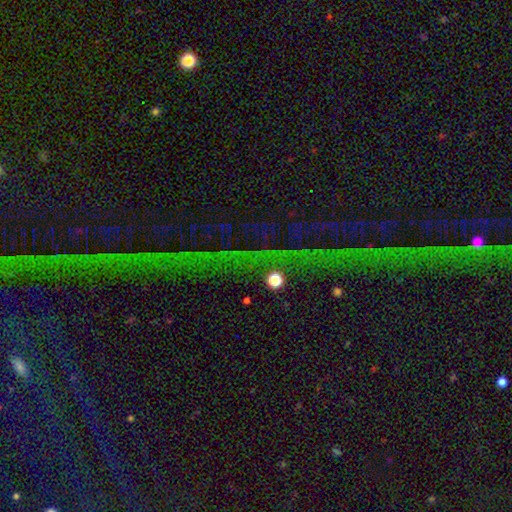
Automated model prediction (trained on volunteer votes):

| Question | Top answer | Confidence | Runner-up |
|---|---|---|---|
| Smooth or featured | star or artifact | 83% | featured or disk (9%) |